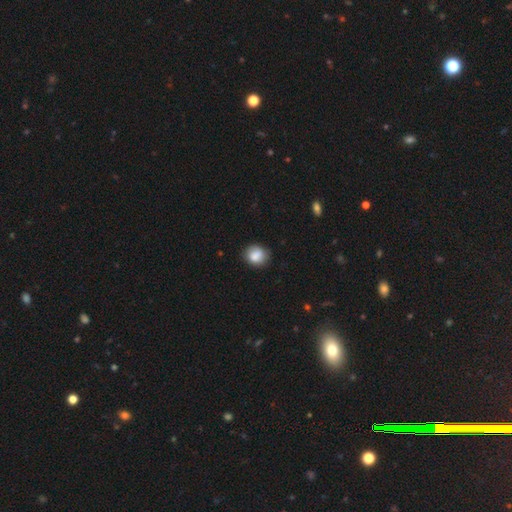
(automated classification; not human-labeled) The model was most divided on "how rounded": round: 71%, in between: 28%, cigar-shaped: 1%. More confident: smooth or featured — smooth (84%); merging — none (79%).